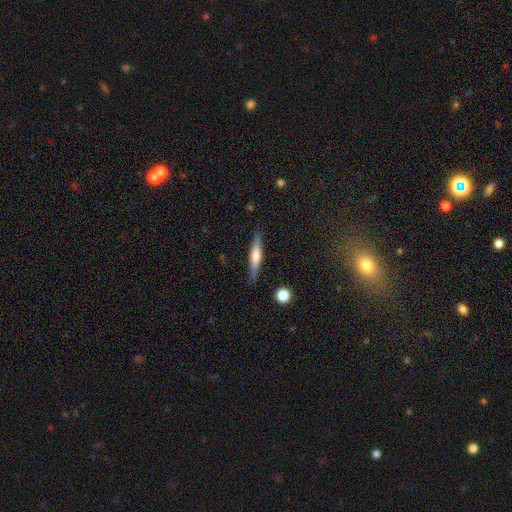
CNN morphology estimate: smooth-or-featured: smooth: 52% | featured or disk: 42% | star or artifact: 6%
  how-rounded: cigar-shaped: 88% | in between: 10% | round: 2%
  merging: none: 86% | minor disturbance: 10% | major disturbance: 2% | merger: 1%